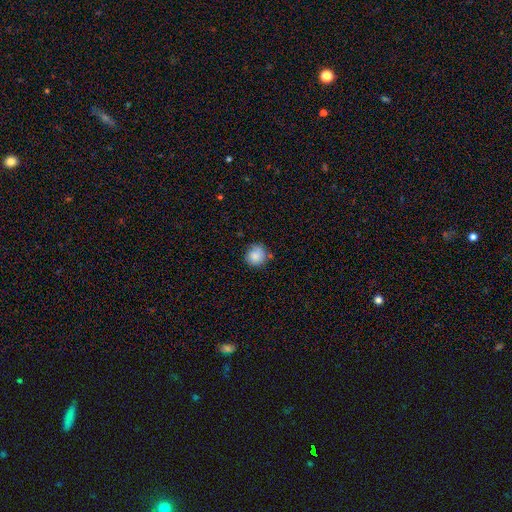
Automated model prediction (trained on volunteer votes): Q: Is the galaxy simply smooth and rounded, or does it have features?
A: smooth — 81%.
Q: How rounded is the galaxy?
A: round — 89%.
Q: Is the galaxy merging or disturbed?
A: none — 71%.